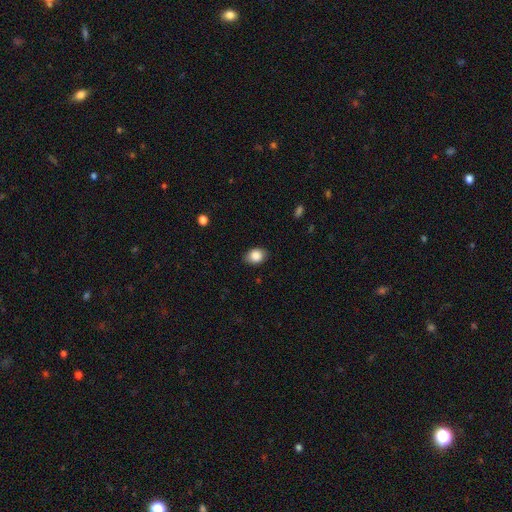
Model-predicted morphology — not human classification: The model was most divided on "how rounded": in between: 62%, round: 37%, cigar-shaped: 1%. More confident: smooth or featured — smooth (87%); merging — none (83%).